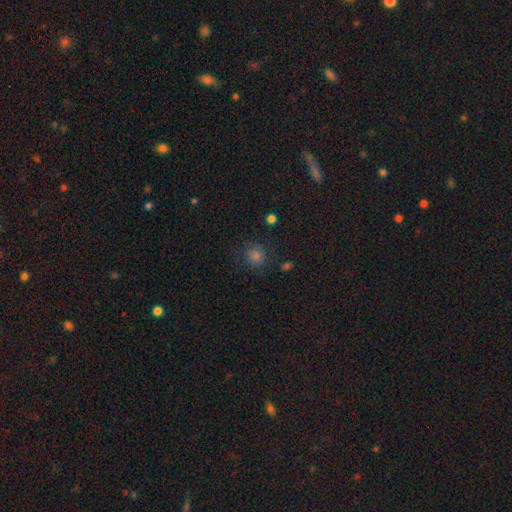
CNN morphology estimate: A smooth galaxy with no disk features (67%) that is round (88%). Merging: none (82%).